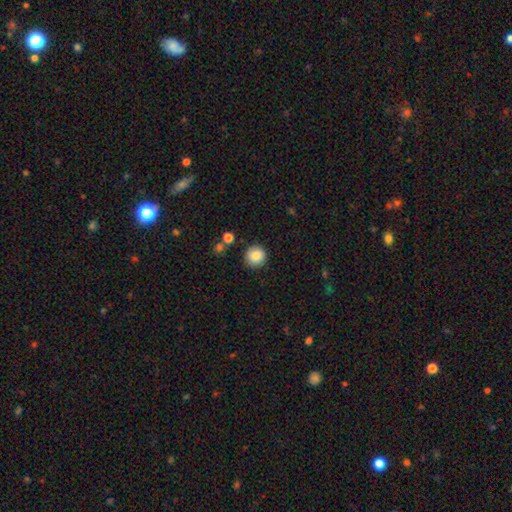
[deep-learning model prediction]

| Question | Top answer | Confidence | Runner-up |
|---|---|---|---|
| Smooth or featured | smooth | 87% | star or artifact (9%) |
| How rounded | round | 94% | in between (5%) |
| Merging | none | 89% | minor disturbance (7%) |